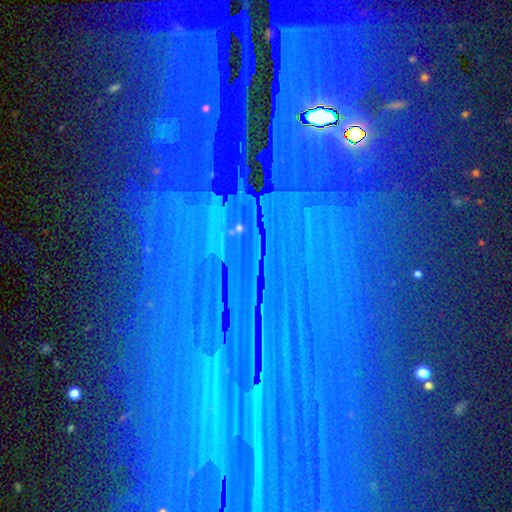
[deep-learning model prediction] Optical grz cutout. It shows a star or artifact, not a galaxy (82%).